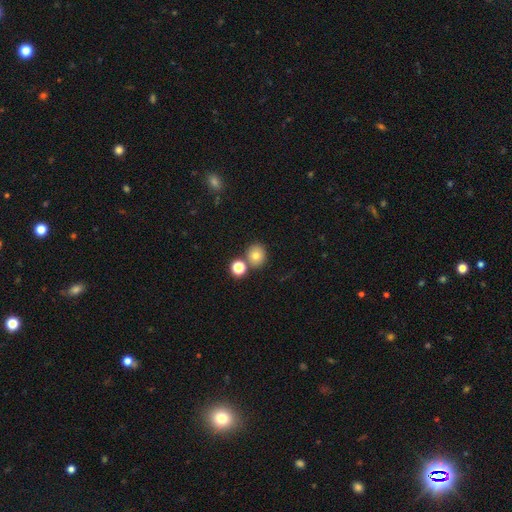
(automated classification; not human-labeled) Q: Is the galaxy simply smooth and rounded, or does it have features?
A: smooth — 76%.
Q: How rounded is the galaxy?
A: round — 82%.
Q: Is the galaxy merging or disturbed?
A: none — 71%.